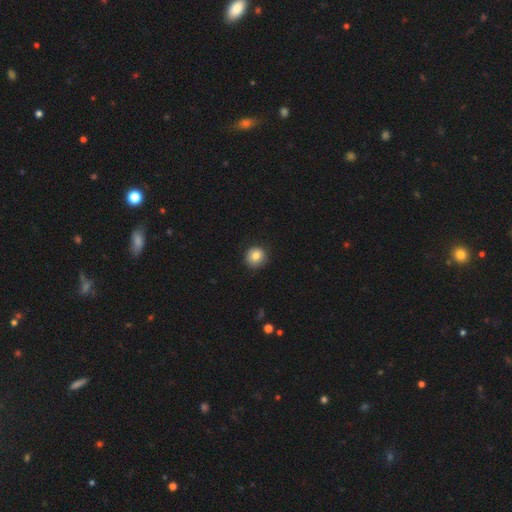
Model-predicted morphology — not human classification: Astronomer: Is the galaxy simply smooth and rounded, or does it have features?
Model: smooth — 80%.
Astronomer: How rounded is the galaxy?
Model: round — 93%.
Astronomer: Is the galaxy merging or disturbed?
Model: none — 87%.